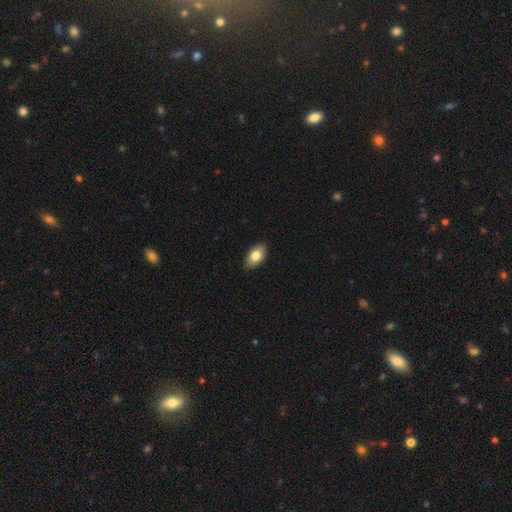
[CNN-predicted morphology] Smooth or featured? smooth (79%)
How rounded? in between (92%)
Merging? none (88%)